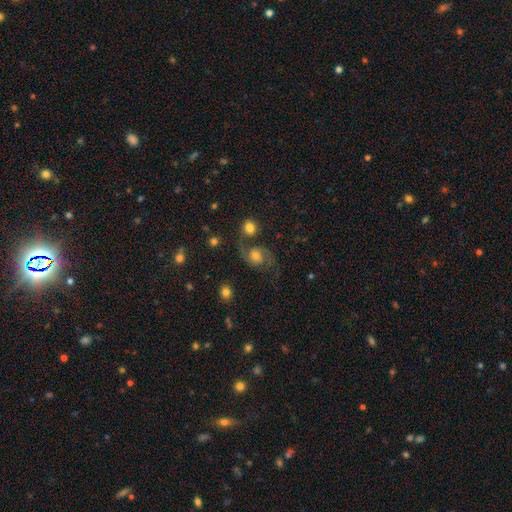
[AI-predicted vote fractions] The model was most divided on "spiral winding": loose: 50%, medium: 41%, tight: 9%. More confident: edge-on disk — no (98%); spiral arms — yes (92%); spiral arm count — 2 (91%); bar — no (68%); smooth or featured — featured or disk (68%); merging — none (60%); bulge size — moderate (56%).